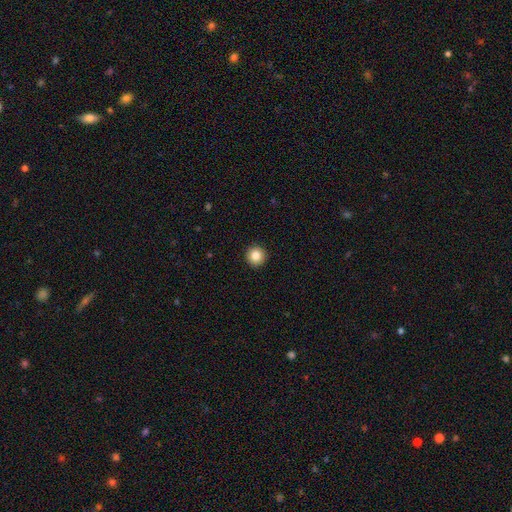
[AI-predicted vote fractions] Morphology: type=smooth (85%); roundness=round (96%); merging=none (93%).